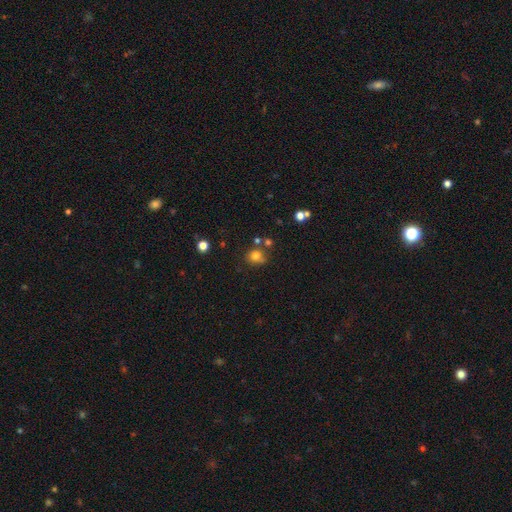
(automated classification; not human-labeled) The model was most divided on "merging": none: 64%, minor disturbance: 16%, merger: 14%, major disturbance: 6%. More confident: smooth or featured — smooth (77%); how rounded — round (76%).